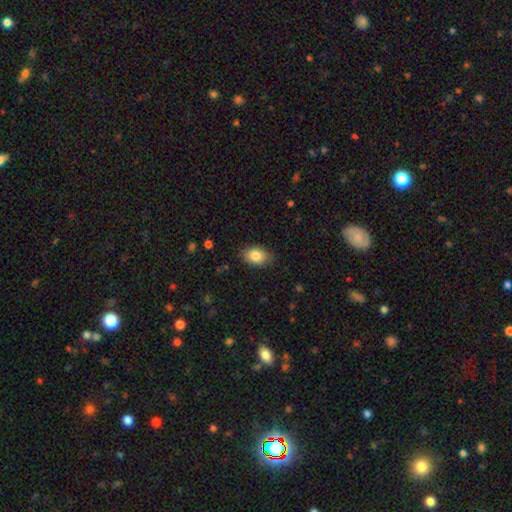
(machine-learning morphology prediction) Smooth or featured?
  - smooth: 84% *
  - featured or disk: 8%
  - star or artifact: 8%
How rounded?
  - in between: 83% *
  - round: 15%
  - cigar-shaped: 1%
Merging?
  - none: 84% *
  - minor disturbance: 12%
  - major disturbance: 3%
  - merger: 1%